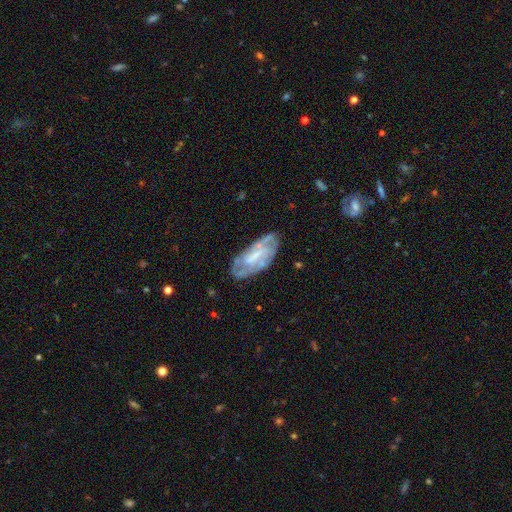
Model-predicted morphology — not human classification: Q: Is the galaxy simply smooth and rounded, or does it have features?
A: featured or disk — 70%.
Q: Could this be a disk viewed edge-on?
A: no — 91%.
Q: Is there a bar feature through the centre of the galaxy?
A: weak — 44%.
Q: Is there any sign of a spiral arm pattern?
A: yes — 70%.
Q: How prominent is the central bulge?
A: small — 40%.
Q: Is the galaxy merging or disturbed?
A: none — 65%.